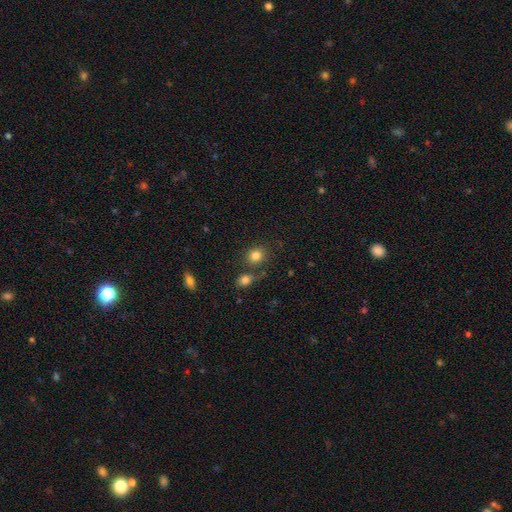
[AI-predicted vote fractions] A smooth galaxy with no disk features (81%) that is round (76%).

Vote fractions:
- Smooth or featured? smooth: 81% / star or artifact: 12% / featured or disk: 7%
- How rounded? round: 76% / in between: 23% / cigar-shaped: 1%
- Merging? none: 69% / merger: 17% / minor disturbance: 10% / major disturbance: 4%